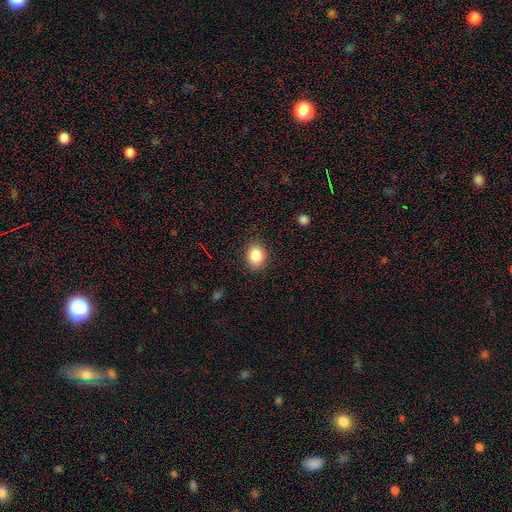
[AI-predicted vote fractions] Smooth or featured: smooth — 86% (star or artifact — 9%)
How rounded: in between — 51% (round — 48%)
Merging: none — 87% (minor disturbance — 9%)